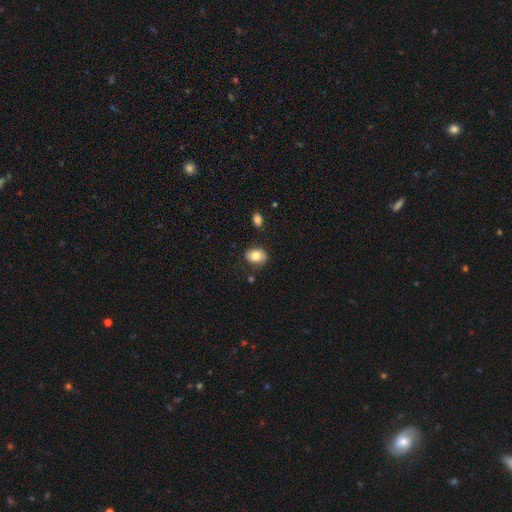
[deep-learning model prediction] smooth 78%, featured or disk 13%, star or artifact 8%. Down the decision tree: how rounded — in between (66%); merging — none (76%).